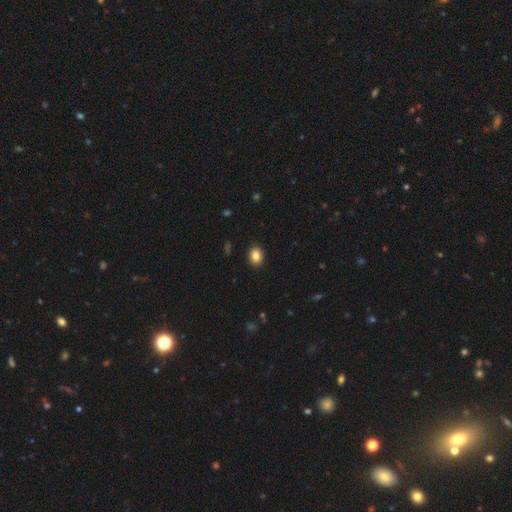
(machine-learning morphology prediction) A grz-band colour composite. It shows a smooth galaxy with no disk features (86%) that is in between round and cigar-shaped (58%). Merging: none (91%).